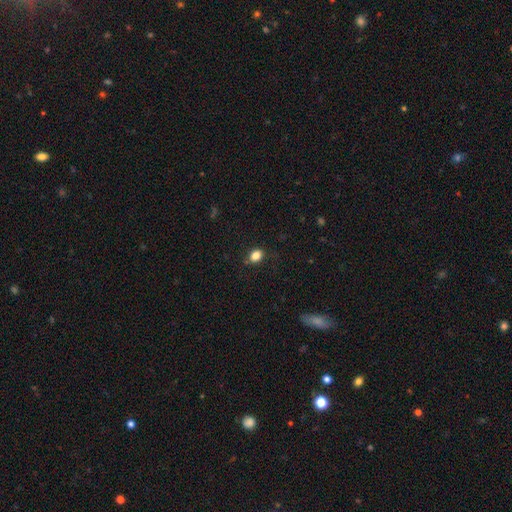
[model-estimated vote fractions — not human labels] This appears to be a smooth galaxy with no disk features (83%) that is in between round and cigar-shaped (53%). Merging: none (81%).